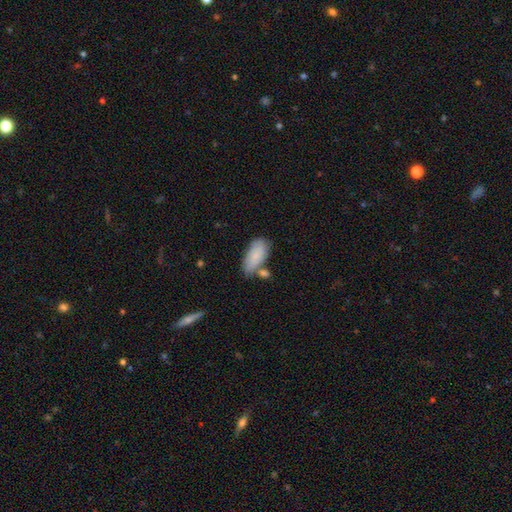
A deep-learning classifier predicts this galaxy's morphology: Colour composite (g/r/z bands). It shows a smooth galaxy with no disk features (82%) that is in between round and cigar-shaped (89%). Merging: none (55%).